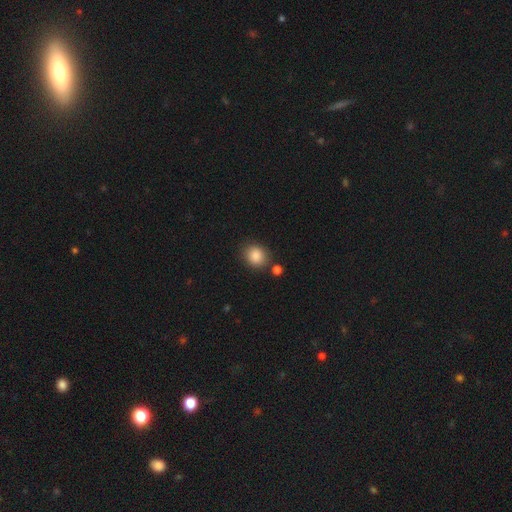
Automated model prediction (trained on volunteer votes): A smooth galaxy with no disk features (87%) that is round (69%).

Vote fractions:
- Smooth or featured? smooth: 87% / star or artifact: 9% / featured or disk: 4%
- How rounded? round: 69% / in between: 30% / cigar-shaped: 1%
- Merging? none: 79% / minor disturbance: 10% / merger: 7% / major disturbance: 3%